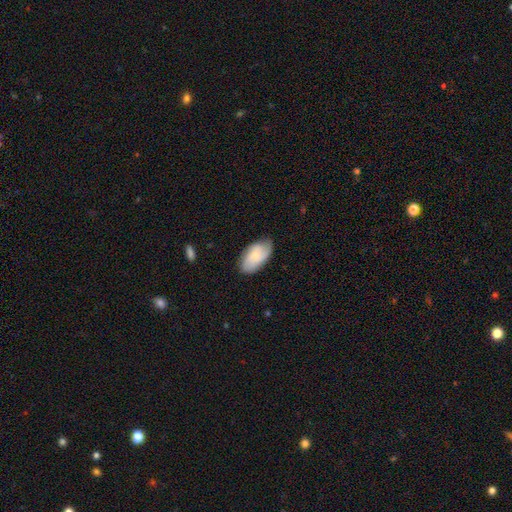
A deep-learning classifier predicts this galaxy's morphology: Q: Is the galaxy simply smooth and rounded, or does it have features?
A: smooth — 55%.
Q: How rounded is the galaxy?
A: in between — 94%.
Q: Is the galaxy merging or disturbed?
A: none — 71%.